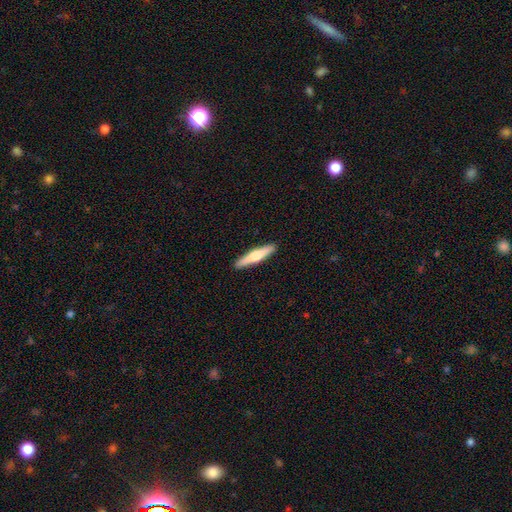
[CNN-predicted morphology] Smooth or featured? Predicted: smooth (p=0.54). How rounded? Predicted: cigar-shaped (p=0.89). Merging? Predicted: none (p=0.91).